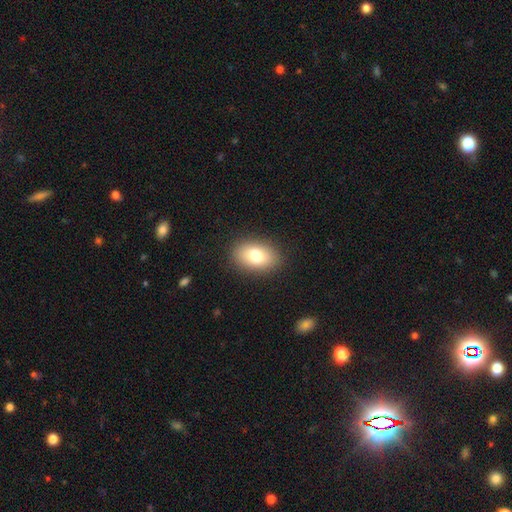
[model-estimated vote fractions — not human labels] smooth 78%, featured or disk 13%, star or artifact 8%. Down the decision tree: how rounded — in between (87%); merging — none (88%).